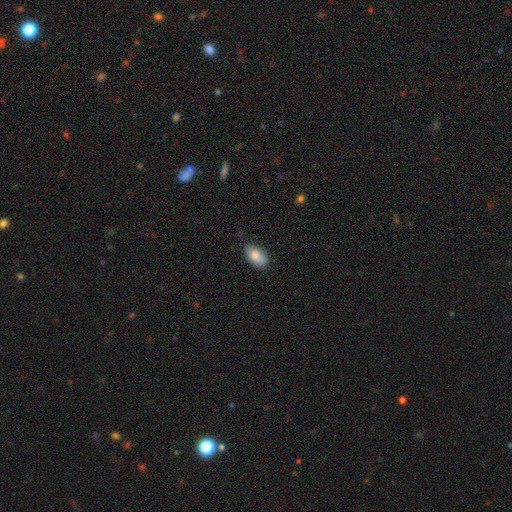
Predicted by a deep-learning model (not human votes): Overall: smooth (82%). How rounded: in between (93%). Merging: none (75%).